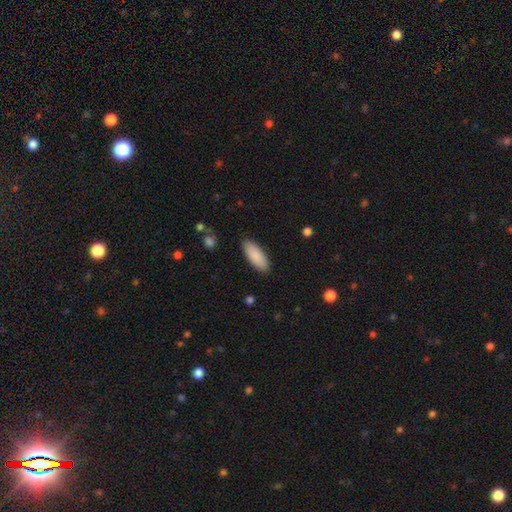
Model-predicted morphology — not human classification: type=smooth (89%); roundness=in between (77%); merging=none (88%).